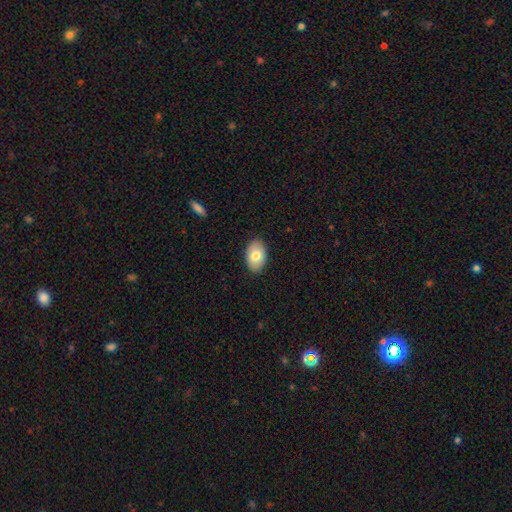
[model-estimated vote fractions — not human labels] A smooth galaxy with no disk features (79%) that is in between round and cigar-shaped (89%).

Vote fractions:
- Smooth or featured? smooth: 79% / featured or disk: 15% / star or artifact: 7%
- How rounded? in between: 89% / round: 10% / cigar-shaped: 1%
- Merging? none: 88% / minor disturbance: 9% / major disturbance: 2% / merger: 1%